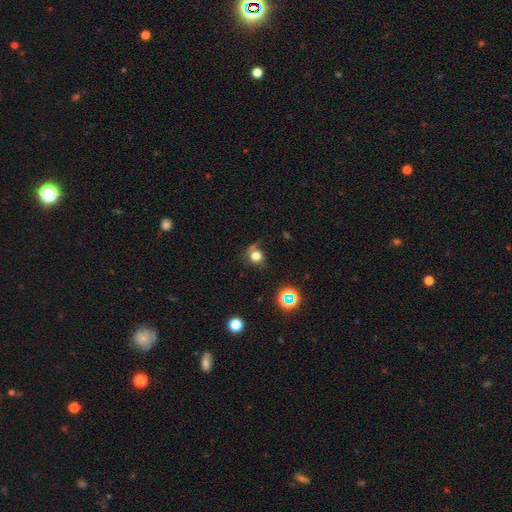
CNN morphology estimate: smooth 72%, star or artifact 17%, featured or disk 11%. Down the decision tree: how rounded — round (81%); merging — none (58%).